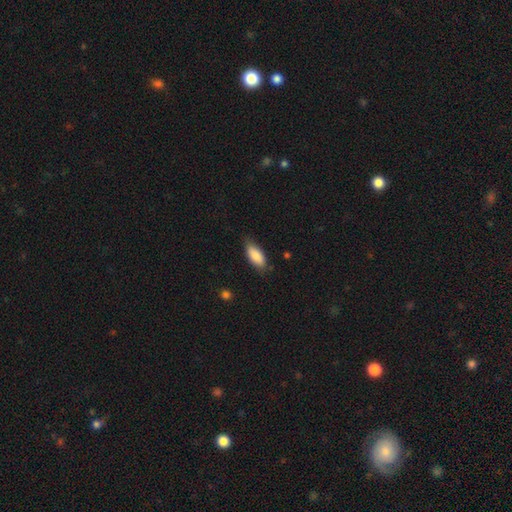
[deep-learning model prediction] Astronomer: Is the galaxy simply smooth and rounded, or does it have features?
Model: smooth — 85%.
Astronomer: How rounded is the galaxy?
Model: in between — 85%.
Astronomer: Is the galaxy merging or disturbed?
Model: none — 76%.